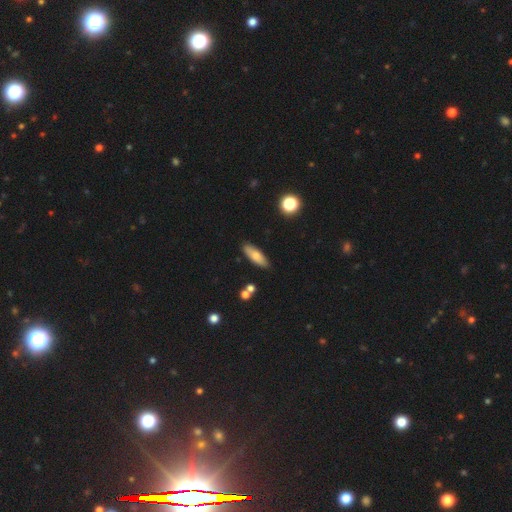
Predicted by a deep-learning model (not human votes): Smooth or featured? smooth (72%)
How rounded? in between (58%)
Merging? none (85%)